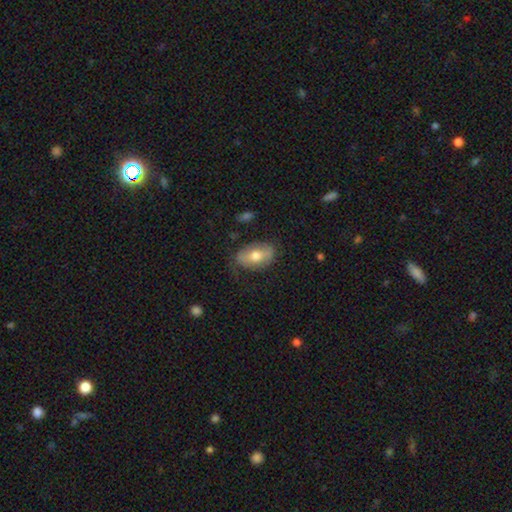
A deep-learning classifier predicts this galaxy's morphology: Smooth or featured? smooth (57%)
How rounded? in between (89%)
Merging? none (73%)